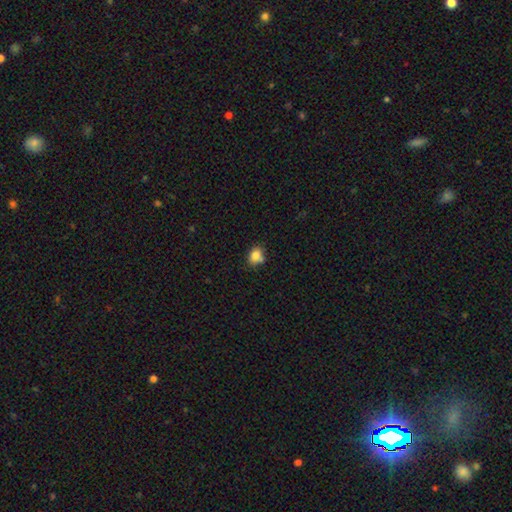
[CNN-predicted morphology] This is clearly a smooth galaxy (83%). How rounded: possibly round (50%). Merging: likely none (64%).